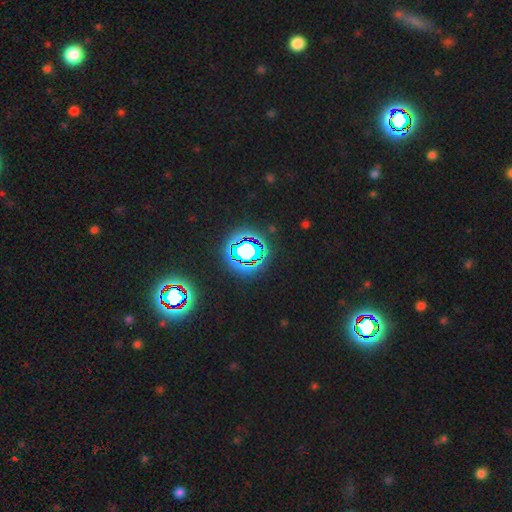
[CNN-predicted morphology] Smooth or featured: star or artifact — 82% (smooth — 12%)